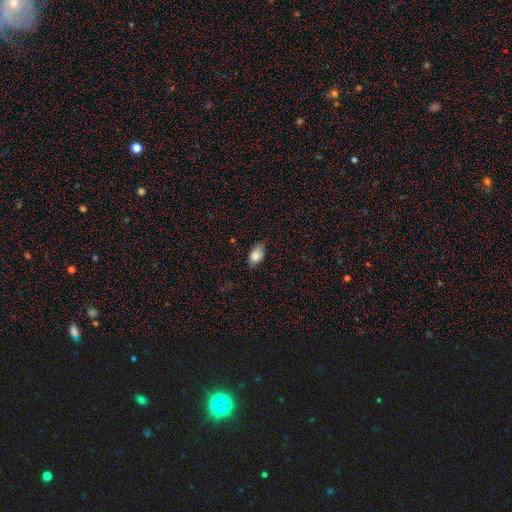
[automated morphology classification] type=smooth (84%); roundness=in between (91%); merging=none (71%).